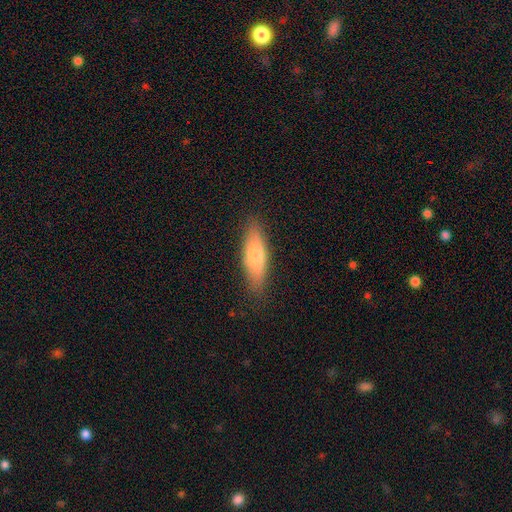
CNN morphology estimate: Overall: smooth (69%). How rounded: cigar-shaped (56%; in between 42%). Merging: none (85%).